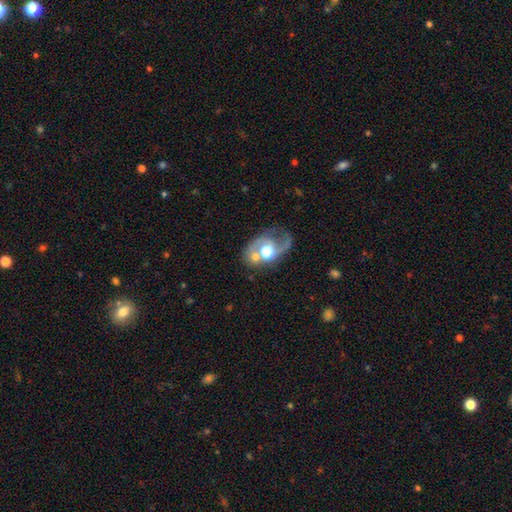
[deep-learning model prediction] This is likely a featured or disk galaxy (70%). It is clearly not viewed edge-on (96%). Bar: likely no (72%). Spiral arm pattern: likely yes (72%). Central bulge: possibly moderate (55%). Merging: marginally none (44%).